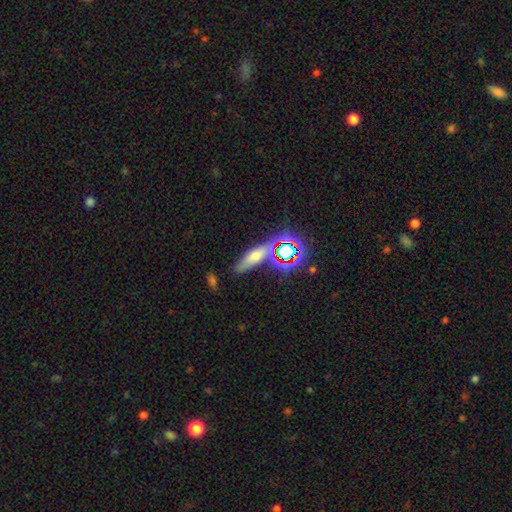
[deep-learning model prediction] This appears to be a smooth galaxy with no disk features (47%). Merging: none (69%).